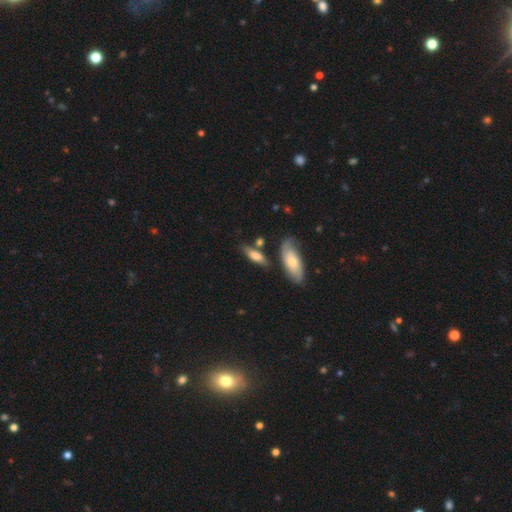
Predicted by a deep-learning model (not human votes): Smooth or featured? smooth (65%)
How rounded? in between (56%)
Merging? none (65%)